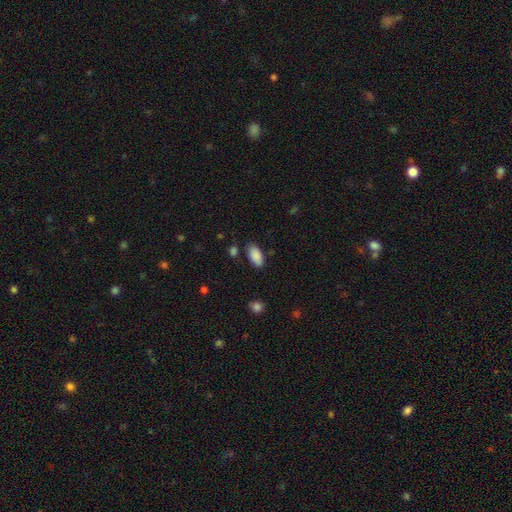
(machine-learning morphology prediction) Smooth or featured? smooth (88%)
How rounded? in between (93%)
Merging? none (81%)